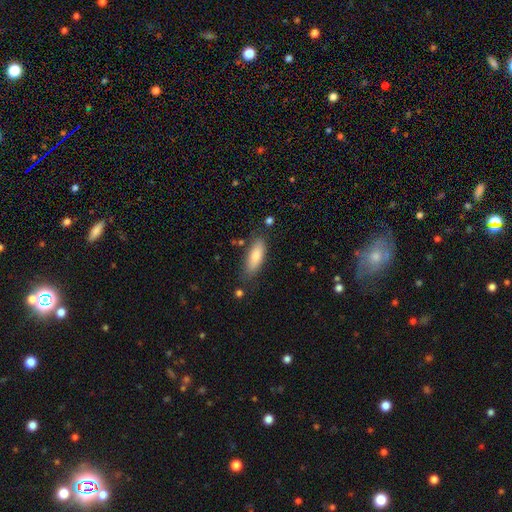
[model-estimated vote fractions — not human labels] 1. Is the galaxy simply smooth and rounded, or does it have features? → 80% smooth, 12% featured or disk, 8% star or artifact.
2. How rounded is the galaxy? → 60% in between, 38% cigar-shaped, 2% round.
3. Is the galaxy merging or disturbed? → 81% none, 14% minor disturbance, 3% major disturbance, 3% merger.